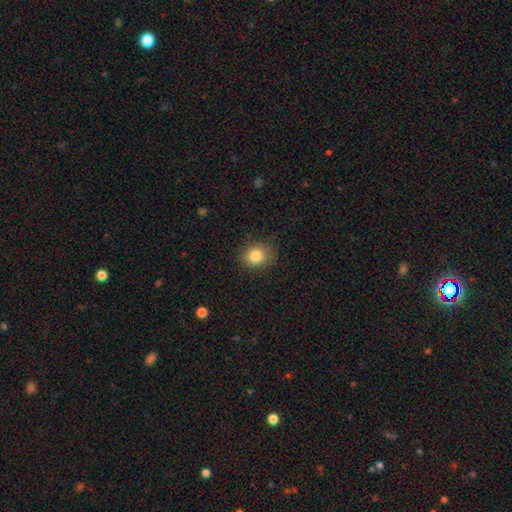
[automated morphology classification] Q: Smooth or featured?
A: smooth (83%); runner-up: star or artifact (11%)
Q: How rounded?
A: round (72%); runner-up: in between (27%)
Q: Merging?
A: none (84%); runner-up: minor disturbance (12%)